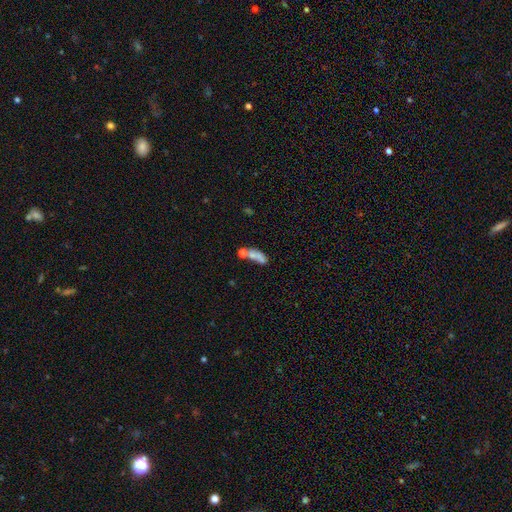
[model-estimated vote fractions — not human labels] A smooth galaxy with no disk features (64%) that is in between round and cigar-shaped (65%). Merging: merger (41%).